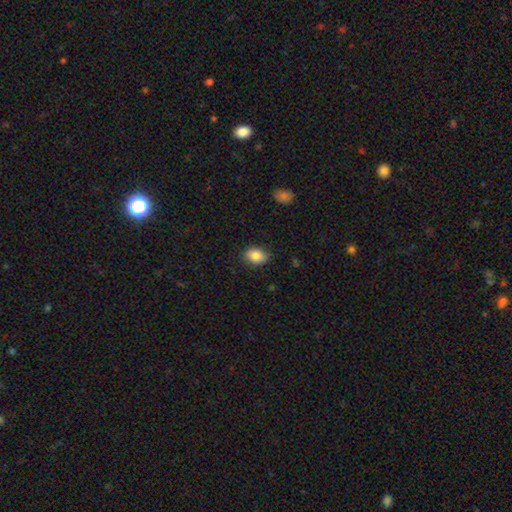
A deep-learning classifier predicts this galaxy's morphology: smooth 85%, star or artifact 8%, featured or disk 7%. Down the decision tree: how rounded — in between (74%); merging — none (82%).